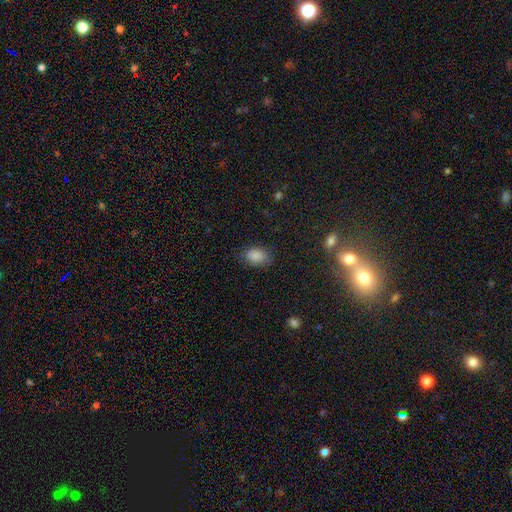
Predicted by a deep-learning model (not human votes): A smooth galaxy with no disk features (86%) that is in between round and cigar-shaped (85%).

Vote fractions:
- Smooth or featured? smooth: 86% / star or artifact: 9% / featured or disk: 4%
- How rounded? in between: 85% / round: 14% / cigar-shaped: 1%
- Merging? none: 78% / minor disturbance: 17% / major disturbance: 4% / merger: 1%